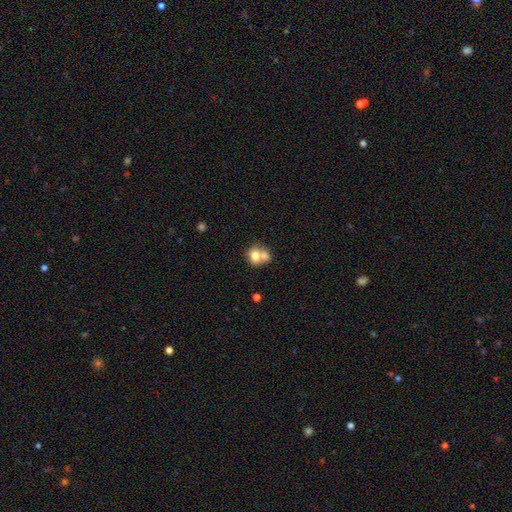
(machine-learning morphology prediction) smooth_or_featured: smooth (p=0.70) [alt: featured or disk p=0.20]
how_rounded: round (p=0.62) [alt: in between p=0.37]
merging: merger (p=0.60) [alt: none p=0.28]